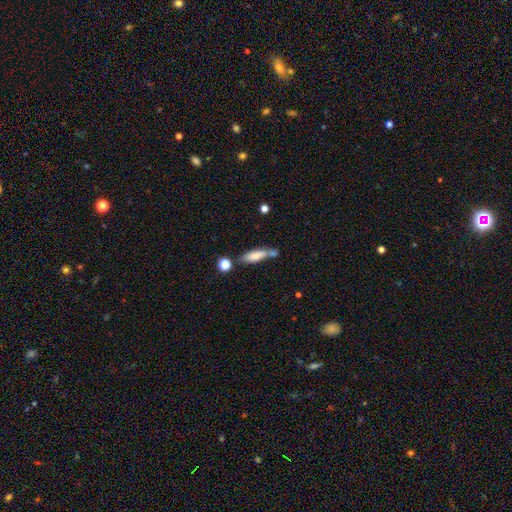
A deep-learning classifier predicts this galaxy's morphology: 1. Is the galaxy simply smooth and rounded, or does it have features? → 73% smooth, 19% featured or disk, 8% star or artifact.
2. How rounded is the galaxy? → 58% cigar-shaped, 40% in between, 3% round.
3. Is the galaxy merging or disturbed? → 47% none, 25% merger, 20% minor disturbance, 8% major disturbance.